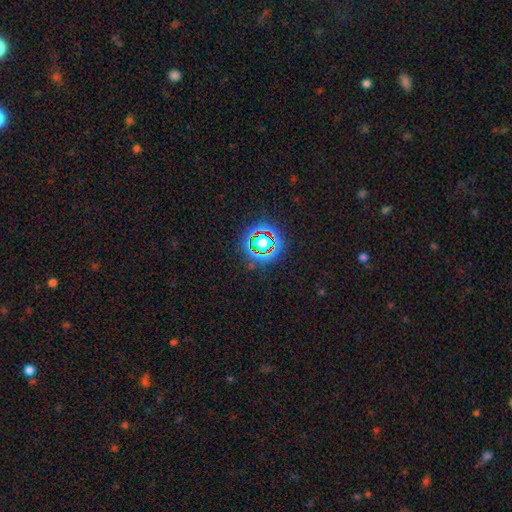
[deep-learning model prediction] Morphology: type=star or artifact (79%).